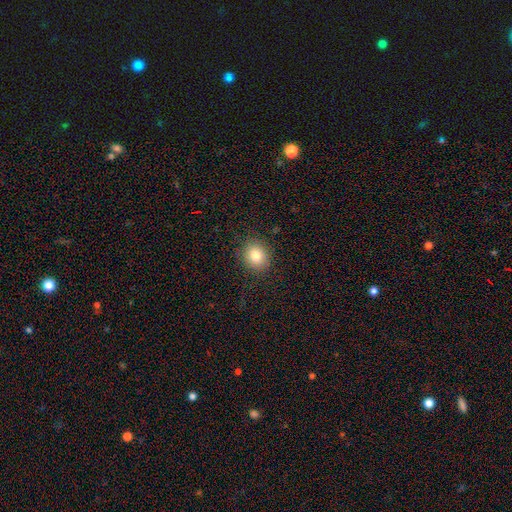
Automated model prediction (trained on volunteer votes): Smooth or featured? Predicted: smooth (p=0.82). How rounded? Predicted: round (p=0.66). Merging? Predicted: none (p=0.88).